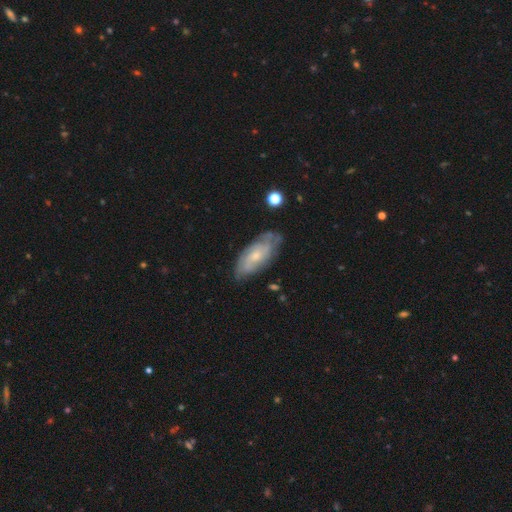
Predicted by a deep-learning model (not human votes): This is likely a featured or disk galaxy (63%). It is clearly not viewed edge-on (88%). Bar: likely no (72%). Spiral arm pattern: clearly yes (81%). Central bulge: possibly small (58%). Merging: likely none (69%).